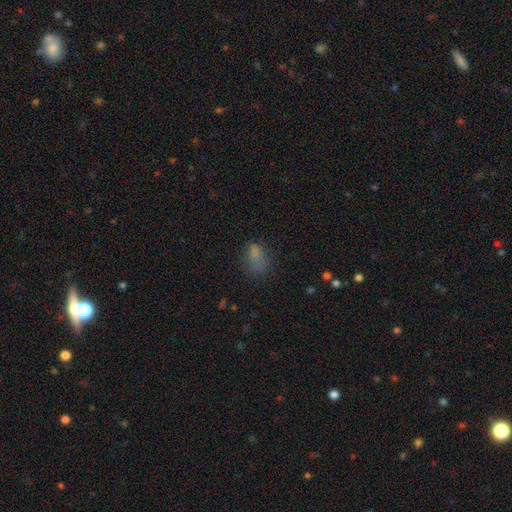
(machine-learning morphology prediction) Q: Smooth or featured?
A: smooth (72%); runner-up: star or artifact (17%)
Q: How rounded?
A: in between (83%); runner-up: round (13%)
Q: Merging?
A: none (42%); runner-up: minor disturbance (27%)